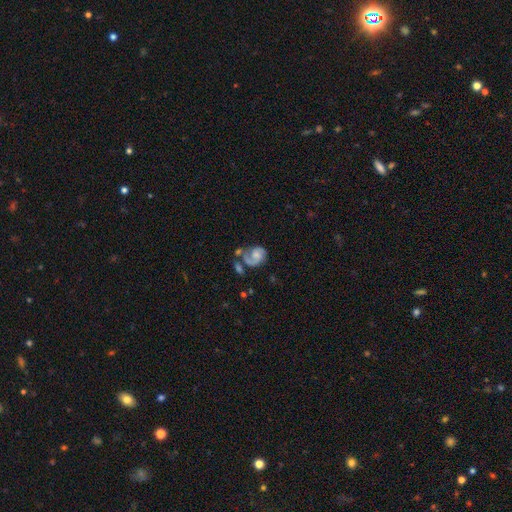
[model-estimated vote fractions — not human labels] This appears to be a featured or disk galaxy (75%) with no bar (68%), 2 (60%) medium (44%) spiral arms (93%) and a moderate central bulge (33%, tied with small). Merging: none (38%).